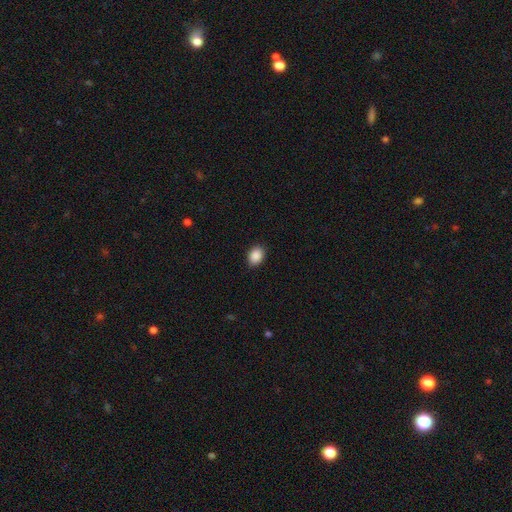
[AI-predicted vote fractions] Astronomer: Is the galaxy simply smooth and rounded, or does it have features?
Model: smooth — 90%.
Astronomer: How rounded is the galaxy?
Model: in between — 66%.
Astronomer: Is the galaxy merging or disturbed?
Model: none — 89%.